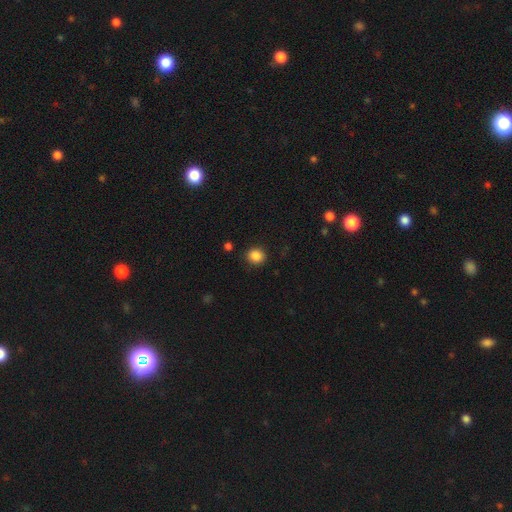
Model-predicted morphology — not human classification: This is clearly a smooth galaxy (87%). How rounded: clearly round (81%). Merging: clearly none (88%).